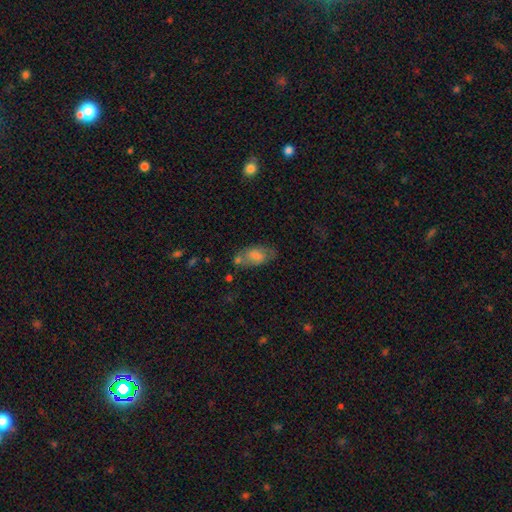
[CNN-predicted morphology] Overall: smooth (64%; featured or disk 28%). How rounded: in between (90%). Merging: none (52%; minor disturbance 22%).